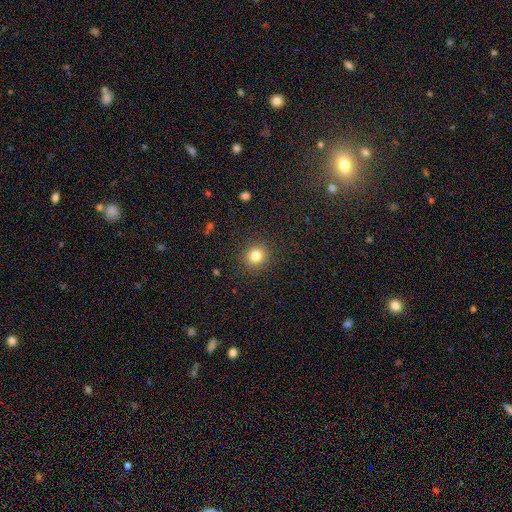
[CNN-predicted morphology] Overall: smooth (81%). How rounded: round (88%). Merging: none (90%).